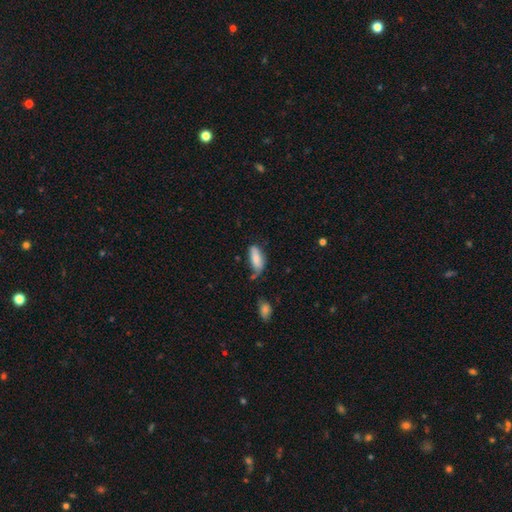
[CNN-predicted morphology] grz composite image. It shows a smooth galaxy with no disk features (79%) that is in between round and cigar-shaped (80%). Merging: none (42%).